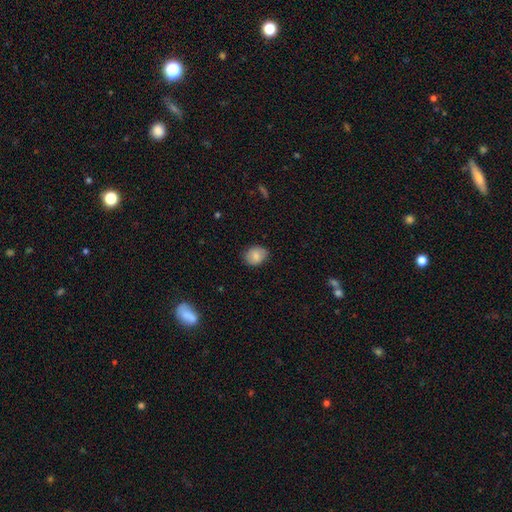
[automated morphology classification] Smooth or featured? Predicted: smooth (p=0.82). How rounded? Predicted: in between (p=0.51). Merging? Predicted: none (p=0.80).